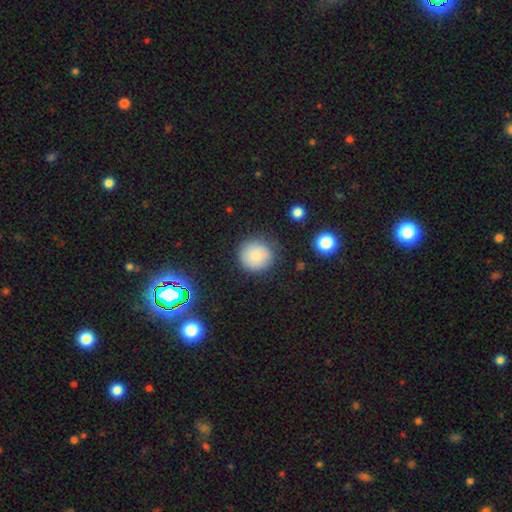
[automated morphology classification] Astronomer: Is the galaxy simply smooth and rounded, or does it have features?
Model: smooth — 81%.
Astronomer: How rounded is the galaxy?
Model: round — 93%.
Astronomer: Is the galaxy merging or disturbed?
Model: none — 79%.